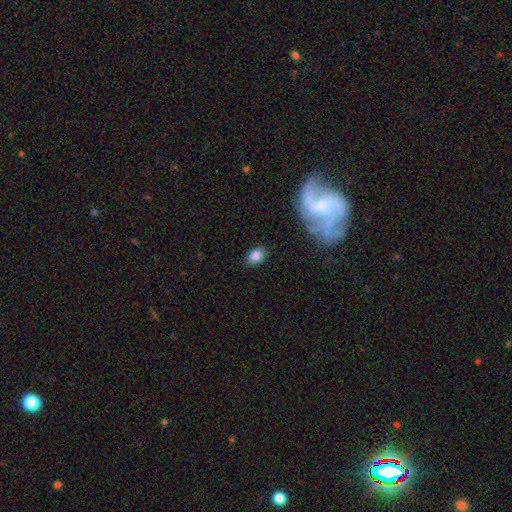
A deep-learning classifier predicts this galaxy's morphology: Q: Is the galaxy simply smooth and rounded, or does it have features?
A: smooth — 85%.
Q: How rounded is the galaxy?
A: in between — 77%.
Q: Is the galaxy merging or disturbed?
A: none — 86%.